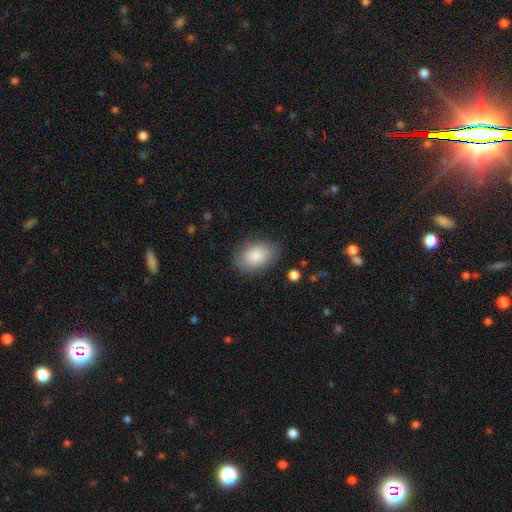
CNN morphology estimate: Smooth or featured? smooth (86%)
How rounded? in between (88%)
Merging? none (82%)